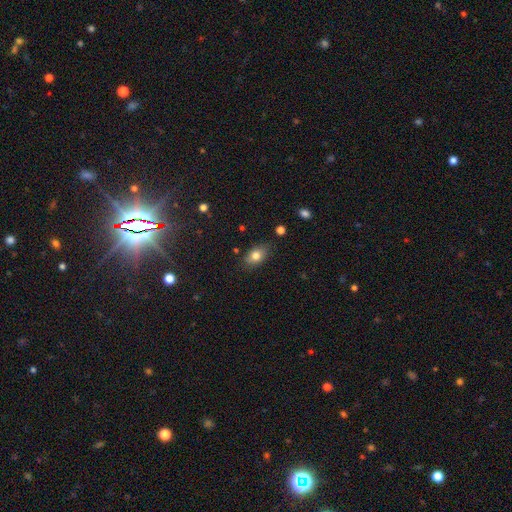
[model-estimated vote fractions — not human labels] Smooth or featured?
  - smooth: 79% *
  - featured or disk: 12%
  - star or artifact: 9%
How rounded?
  - in between: 84% *
  - round: 13%
  - cigar-shaped: 3%
Merging?
  - none: 81% *
  - minor disturbance: 14%
  - major disturbance: 3%
  - merger: 2%